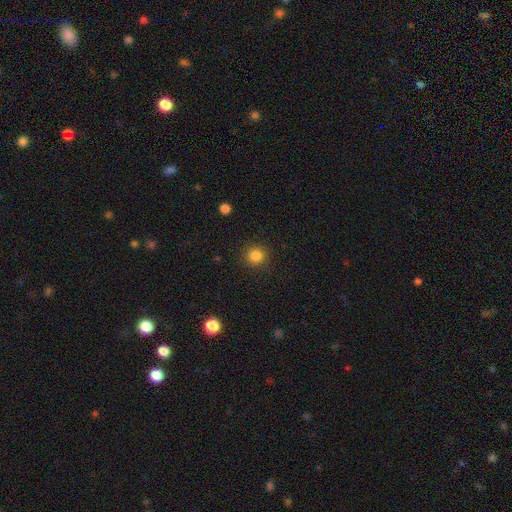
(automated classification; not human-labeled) Smooth or featured? smooth (84%)
How rounded? round (94%)
Merging? none (90%)